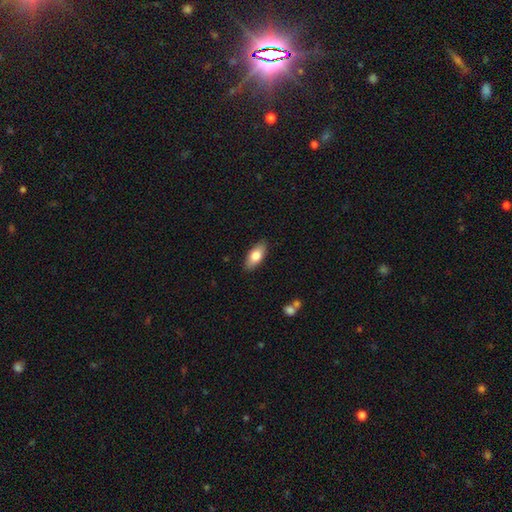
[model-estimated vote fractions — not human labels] Smooth or featured: smooth — 78% (featured or disk — 16%)
How rounded: in between — 86% (cigar-shaped — 11%)
Merging: none — 88% (minor disturbance — 9%)